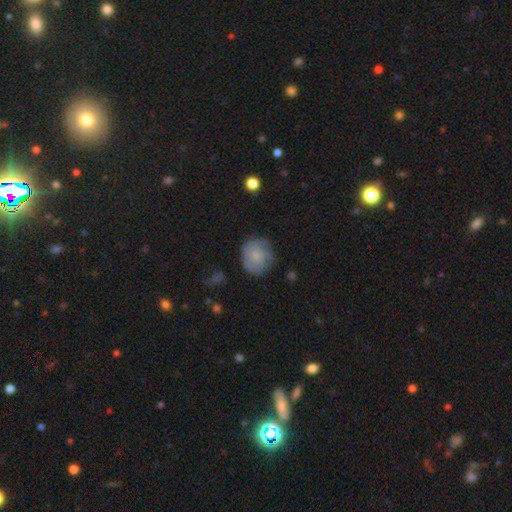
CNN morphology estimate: smooth-or-featured: smooth: 61% | featured or disk: 31% | star or artifact: 8%
  how-rounded: round: 80% | in between: 19% | cigar-shaped: 1%
  merging: none: 68% | minor disturbance: 23% | major disturbance: 7% | merger: 2%